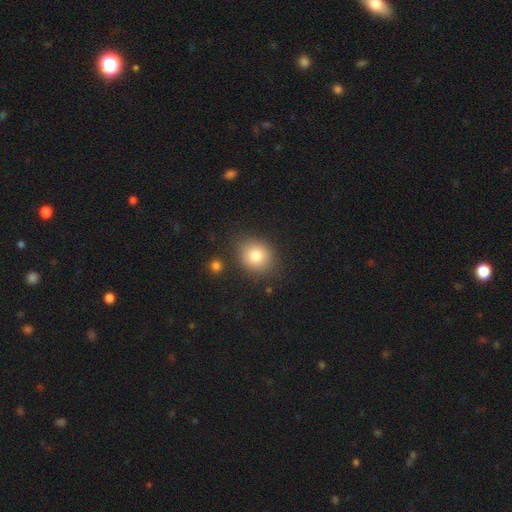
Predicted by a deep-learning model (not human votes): smooth_or_featured: smooth (p=0.81) [alt: star or artifact p=0.10]
how_rounded: round (p=0.64) [alt: in between p=0.35]
merging: none (p=0.82) [alt: minor disturbance p=0.11]